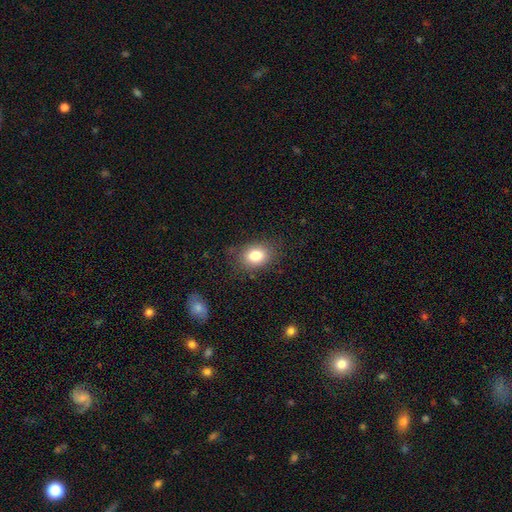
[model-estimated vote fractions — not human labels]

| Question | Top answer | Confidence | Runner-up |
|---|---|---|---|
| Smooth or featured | smooth | 81% | star or artifact (10%) |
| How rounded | in between | 65% | round (34%) |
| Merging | none | 80% | minor disturbance (14%) |